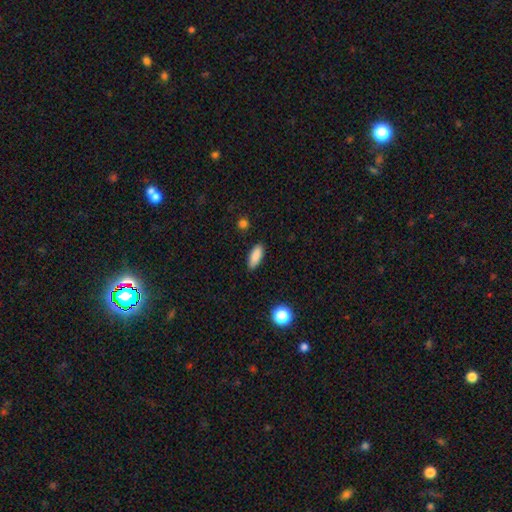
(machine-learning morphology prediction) Smooth or featured? Predicted: smooth (p=0.87). How rounded? Predicted: in between (p=0.74). Merging? Predicted: none (p=0.87).